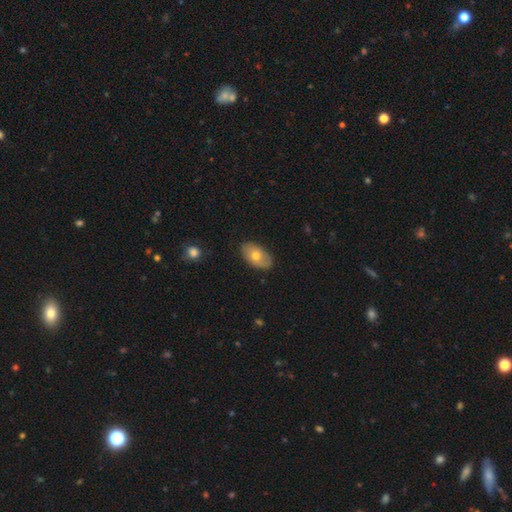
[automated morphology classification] The model was most divided on "smooth or featured": smooth: 68%, featured or disk: 26%, star or artifact: 6%. More confident: how rounded — in between (92%); merging — none (83%).